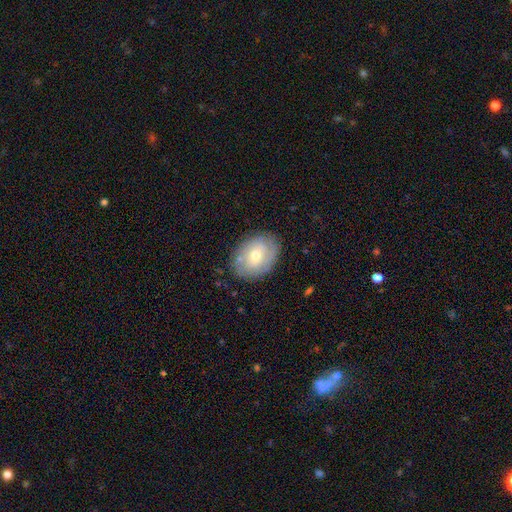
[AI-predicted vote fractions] Morphology: type=featured or disk (58%); edge-on=no (95%); bar=no (70%); spiral arms=yes (74%); bulge=moderate (54%); merging=none (80%).